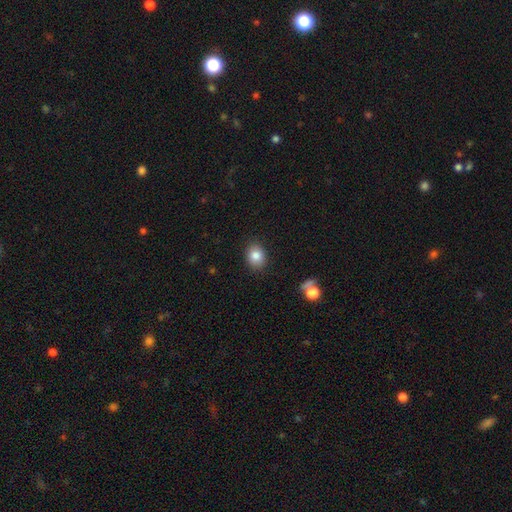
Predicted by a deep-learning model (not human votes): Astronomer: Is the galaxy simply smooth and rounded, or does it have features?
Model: smooth — 83%.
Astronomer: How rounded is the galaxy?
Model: in between — 54% (runner-up: round, 46%).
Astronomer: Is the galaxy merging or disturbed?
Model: none — 86%.